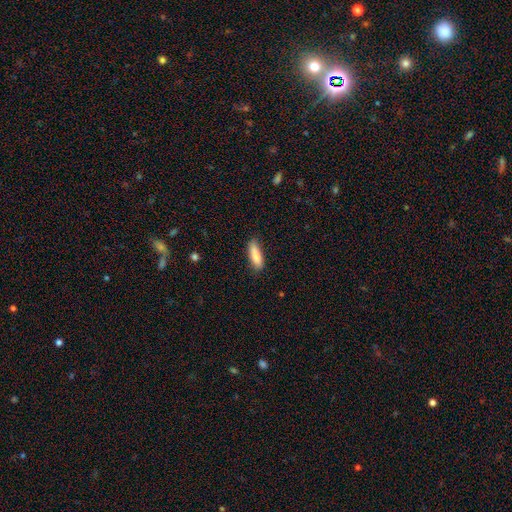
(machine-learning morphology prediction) This appears to be a smooth galaxy with no disk features (86%) that is in between round and cigar-shaped (53%). Merging: none (82%).